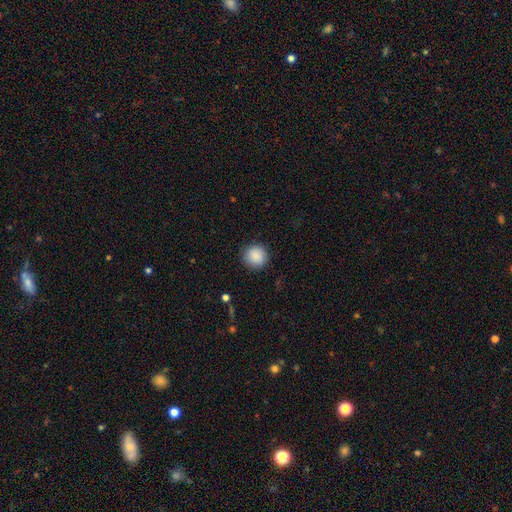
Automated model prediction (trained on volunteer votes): This appears to be a smooth galaxy with no disk features (89%) that is round (93%). Merging: none (89%).